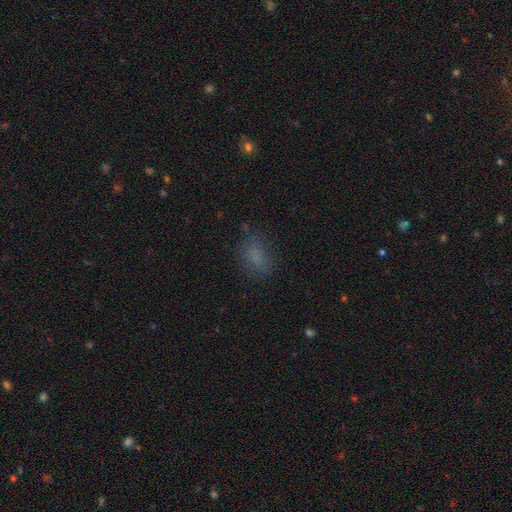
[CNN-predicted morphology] A smooth galaxy with no disk features (71%) that is in between round and cigar-shaped (78%).

Vote fractions:
- Smooth or featured? smooth: 71% / star or artifact: 18% / featured or disk: 11%
- How rounded? in between: 78% / round: 18% / cigar-shaped: 4%
- Merging? none: 68% / minor disturbance: 20% / major disturbance: 11% / merger: 2%